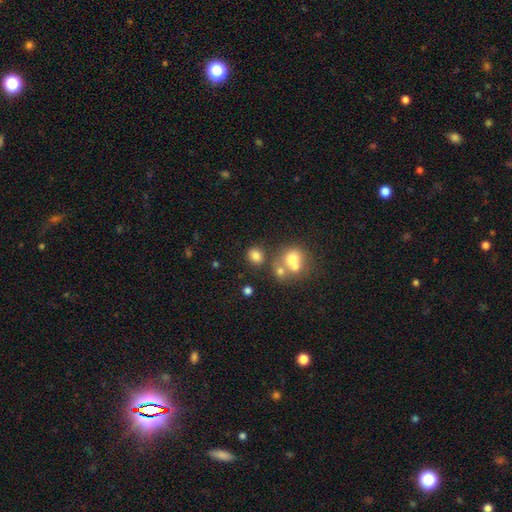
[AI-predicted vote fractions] A smooth galaxy with no disk features (78%) that is round (70%).

Vote fractions:
- Smooth or featured? smooth: 78% / star or artifact: 13% / featured or disk: 9%
- How rounded? round: 70% / in between: 29% / cigar-shaped: 1%
- Merging? none: 66% / merger: 19% / minor disturbance: 10% / major disturbance: 5%